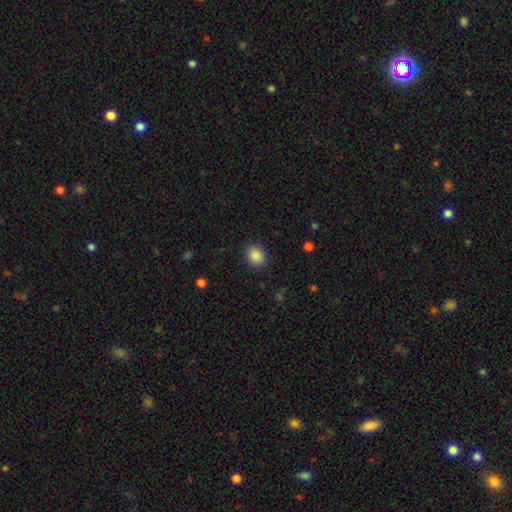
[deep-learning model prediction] A smooth galaxy with no disk features (88%) that is round (71%).

Vote fractions:
- Smooth or featured? smooth: 88% / star or artifact: 9% / featured or disk: 3%
- How rounded? round: 71% / in between: 28% / cigar-shaped: 1%
- Merging? none: 89% / minor disturbance: 8% / major disturbance: 3% / merger: 1%